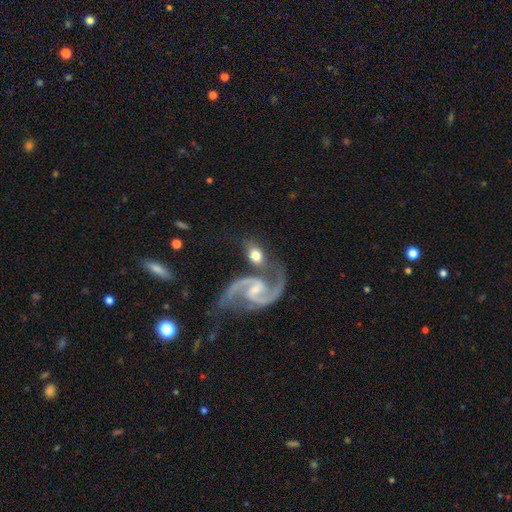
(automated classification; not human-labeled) featured or disk 61%, smooth 33%, star or artifact 6%. Down the decision tree: edge-on disk — no (96%); bar — weak (45%); spiral arms — yes (91%); spiral arm count — 2 (92%); spiral winding — loose (49%); bulge size — small (47%); merging — none (51%).